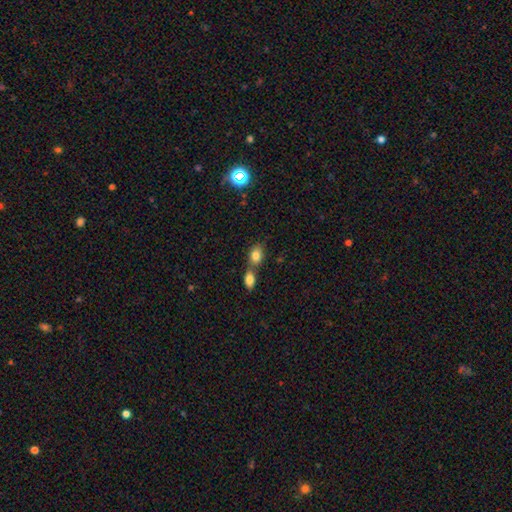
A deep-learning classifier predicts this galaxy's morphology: smooth_or_featured: smooth (p=0.80) [alt: star or artifact p=0.10]
how_rounded: in between (p=0.78) [alt: round p=0.20]
merging: merger (p=0.44) [alt: none p=0.43]